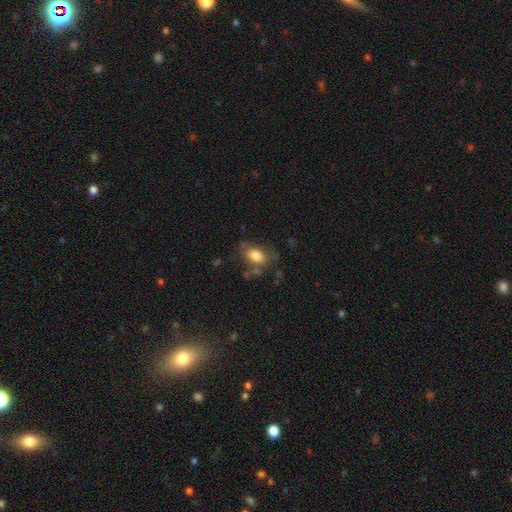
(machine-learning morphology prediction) This appears to be a smooth galaxy with no disk features (77%) that is in between round and cigar-shaped (82%). Merging: none (58%).